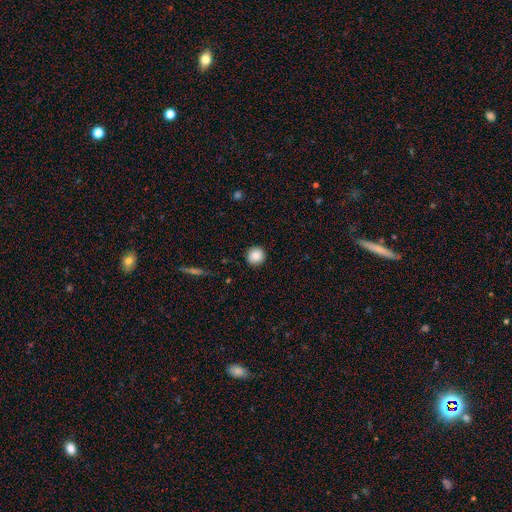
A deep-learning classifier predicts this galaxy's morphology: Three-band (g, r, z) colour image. It shows a smooth galaxy with no disk features (88%) that is round (94%). Merging: none (91%).